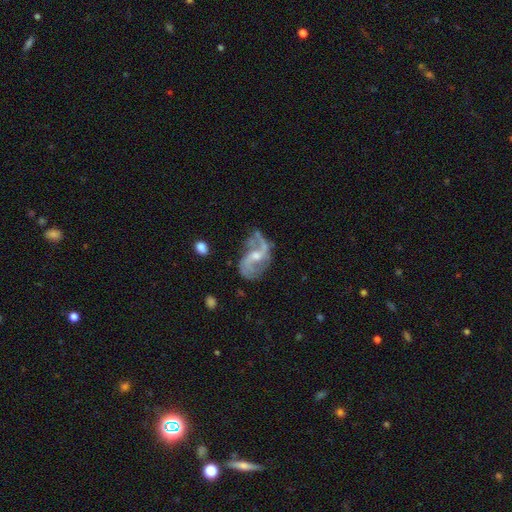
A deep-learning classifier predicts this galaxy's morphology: This is clearly a featured or disk galaxy (86%). It is clearly not viewed edge-on (97%). Bar: possibly weak (49%). Spiral arm pattern: clearly yes (94%). Spiral arm count: clearly 2 (84%). Spiral winding: possibly loose (60%). Central bulge: possibly small (46%, tied with moderate). Merging: possibly none (55%).